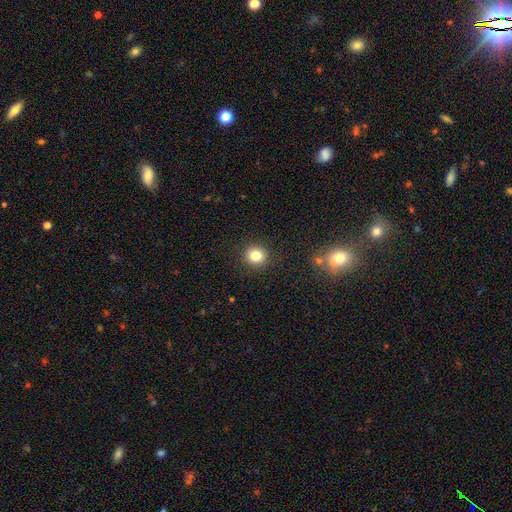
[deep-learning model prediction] Morphology: type=smooth (81%); roundness=round (88%); merging=none (91%).